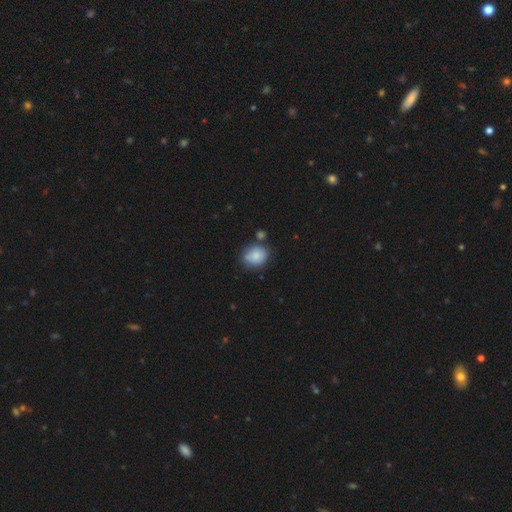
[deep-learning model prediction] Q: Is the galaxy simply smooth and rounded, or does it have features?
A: smooth — 82%.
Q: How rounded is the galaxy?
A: round — 62%.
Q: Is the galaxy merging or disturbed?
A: none — 66%.